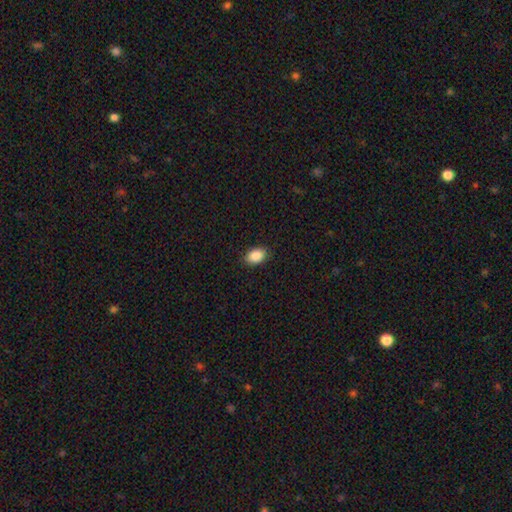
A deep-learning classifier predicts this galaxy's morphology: Smooth or featured: smooth — 89% (star or artifact — 8%)
How rounded: in between — 84% (round — 15%)
Merging: none — 89% (minor disturbance — 8%)